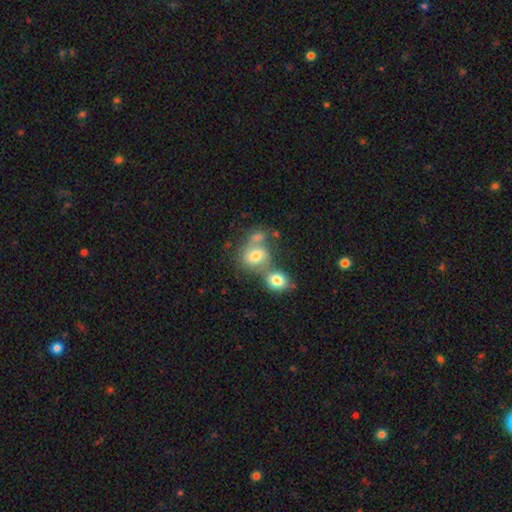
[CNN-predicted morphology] This is likely a smooth galaxy (67%). How rounded: possibly round (53%). Merging: possibly merger (56%).